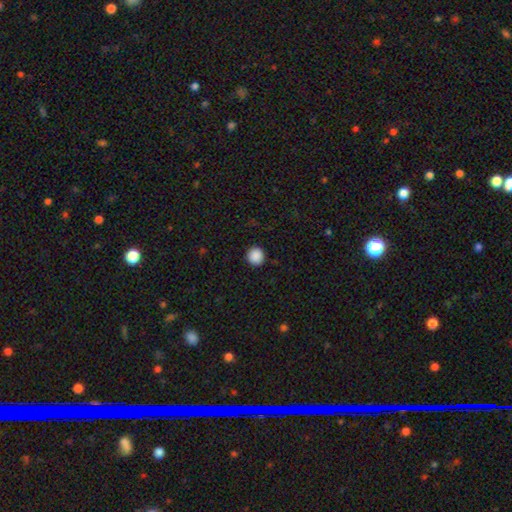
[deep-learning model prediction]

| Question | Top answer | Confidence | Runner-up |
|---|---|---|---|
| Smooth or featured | smooth | 89% | star or artifact (9%) |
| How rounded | round | 93% | in between (6%) |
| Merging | none | 92% | minor disturbance (5%) |